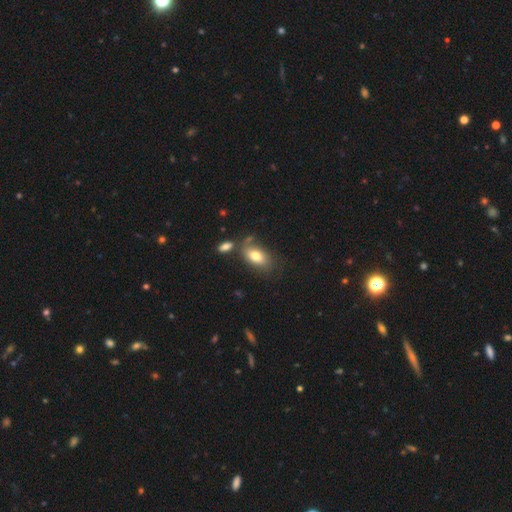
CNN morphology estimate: This appears to be a smooth galaxy with no disk features (75%) that is in between round and cigar-shaped (89%). Merging: none (60%).